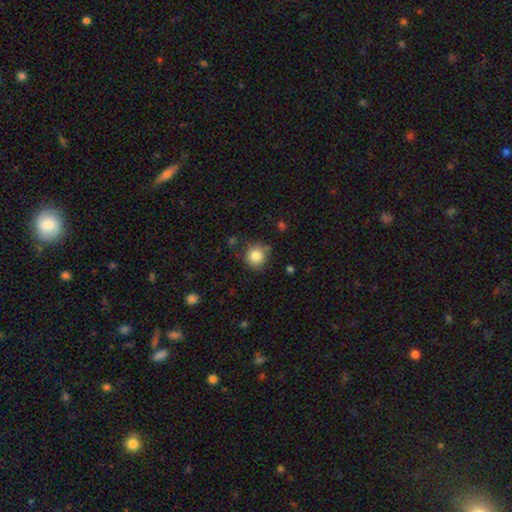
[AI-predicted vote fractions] The model was most divided on "merging": none: 79%, minor disturbance: 14%, major disturbance: 4%, merger: 3%. More confident: how rounded — round (90%); smooth or featured — smooth (85%).